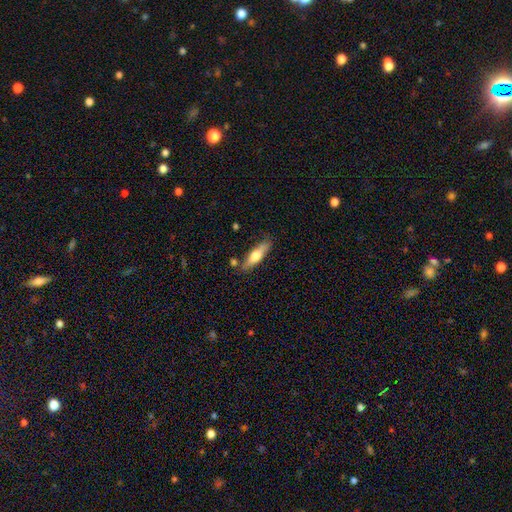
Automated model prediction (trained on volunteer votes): The model was most divided on "smooth or featured": smooth: 54%, featured or disk: 40%, star or artifact: 6%. More confident: merging — none (76%); how rounded — cigar-shaped (66%).